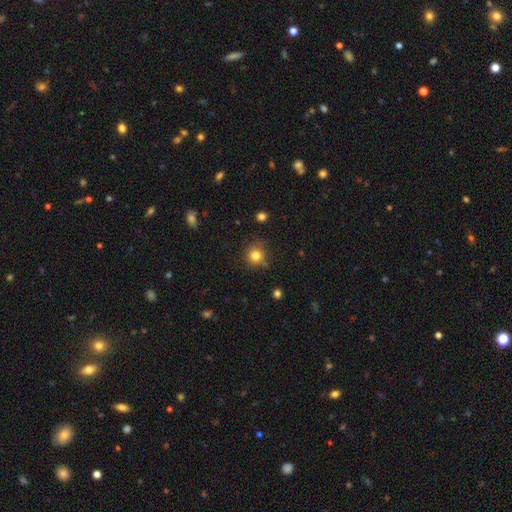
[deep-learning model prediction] A smooth galaxy with no disk features (80%) that is round (89%).

Vote fractions:
- Smooth or featured? smooth: 80% / star or artifact: 13% / featured or disk: 7%
- How rounded? round: 89% / in between: 10% / cigar-shaped: 1%
- Merging? none: 77% / minor disturbance: 16% / major disturbance: 4% / merger: 3%